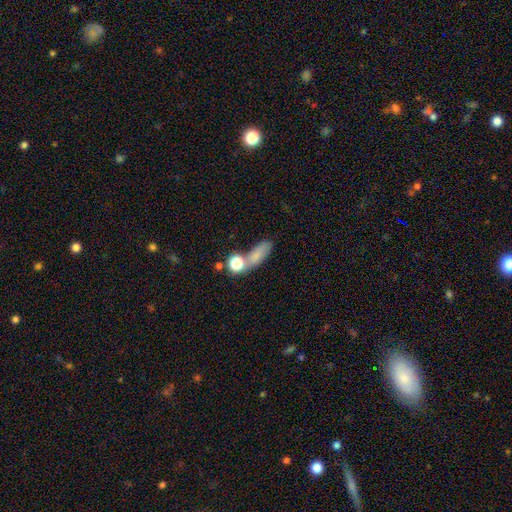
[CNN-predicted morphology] Overall: smooth (71%). How rounded: in between (51%; cigar-shaped 31%). Merging: none (47%; merger 27%).